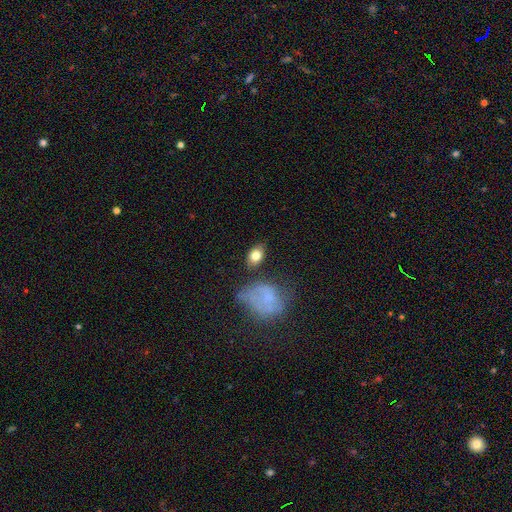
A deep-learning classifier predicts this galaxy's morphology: Smooth or featured?
  - smooth: 78% *
  - featured or disk: 14%
  - star or artifact: 8%
How rounded?
  - in between: 82% *
  - round: 17%
  - cigar-shaped: 2%
Merging?
  - none: 75% *
  - minor disturbance: 14%
  - merger: 6%
  - major disturbance: 5%